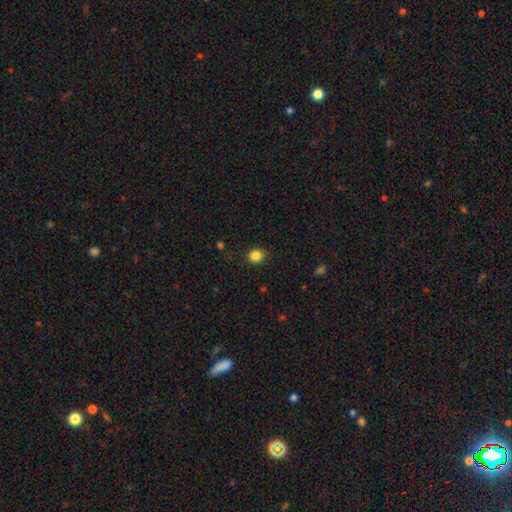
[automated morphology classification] smooth_or_featured: smooth (p=0.84) [alt: star or artifact p=0.11]
how_rounded: round (p=0.73) [alt: in between p=0.26]
merging: none (p=0.85) [alt: minor disturbance p=0.11]